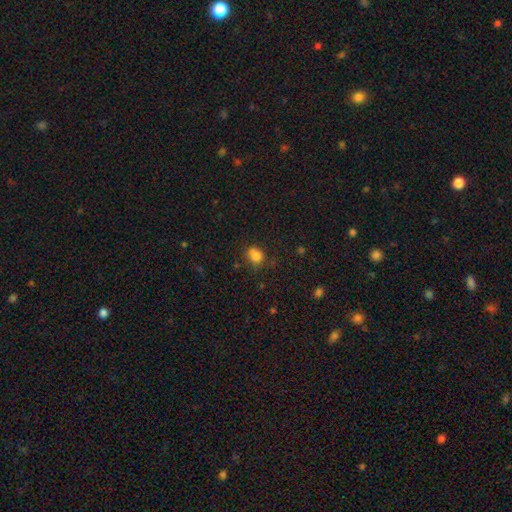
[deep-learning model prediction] Q: Smooth or featured?
A: smooth (76%); runner-up: star or artifact (14%)
Q: How rounded?
A: round (64%); runner-up: in between (35%)
Q: Merging?
A: none (49%); runner-up: merger (24%)